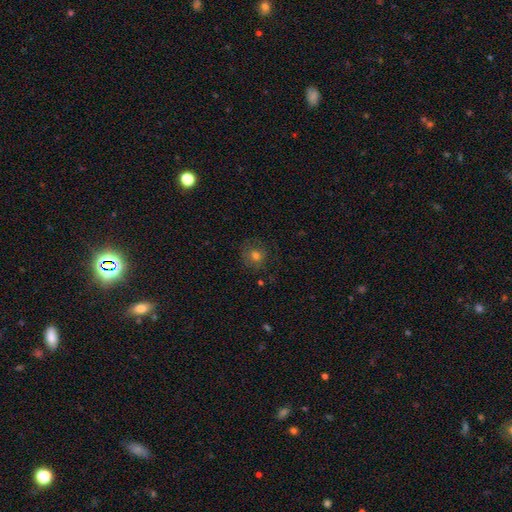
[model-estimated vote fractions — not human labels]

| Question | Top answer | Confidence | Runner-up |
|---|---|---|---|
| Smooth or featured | smooth | 69% | star or artifact (17%) |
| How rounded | round | 85% | in between (14%) |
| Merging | none | 76% | minor disturbance (16%) |